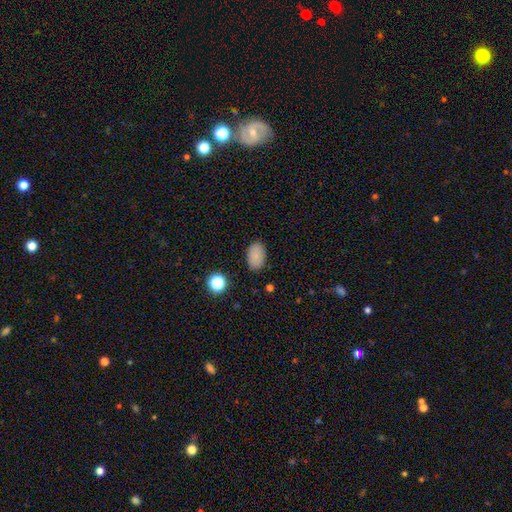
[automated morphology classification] Smooth or featured?
  - smooth: 85% *
  - star or artifact: 10%
  - featured or disk: 5%
How rounded?
  - in between: 89% *
  - round: 10%
  - cigar-shaped: 1%
Merging?
  - none: 86% *
  - minor disturbance: 10%
  - major disturbance: 3%
  - merger: 1%